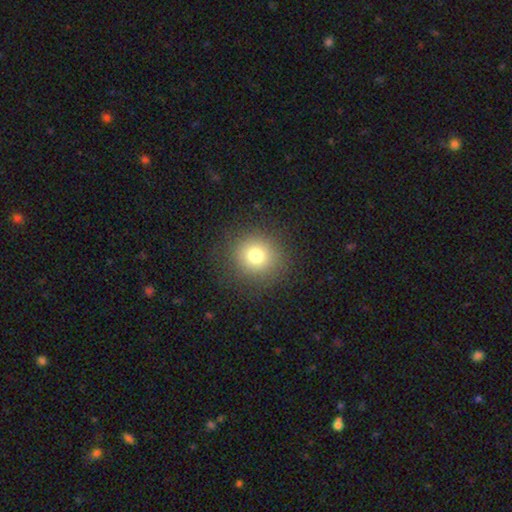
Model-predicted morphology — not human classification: Smooth or featured? Predicted: smooth (p=0.75). How rounded? Predicted: round (p=0.93). Merging? Predicted: none (p=0.87).